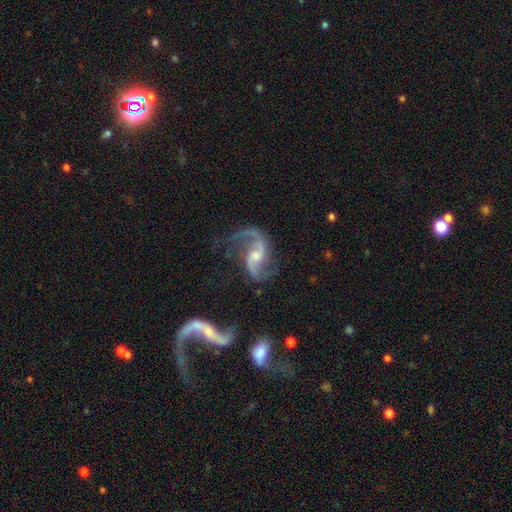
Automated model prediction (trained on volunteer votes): Smooth or featured?
  - featured or disk: 90% *
  - star or artifact: 6%
  - smooth: 4%
Edge-on disk?
  - no: 97% *
  - yes: 3%
Bar?
  - weak: 44% *
  - no: 40%
  - strong: 16%
Spiral arms?
  - yes: 97% *
  - no: 3%
Spiral winding?
  - loose: 69% *
  - medium: 26%
  - tight: 5%
Spiral arm count?
  - 2: 90% *
  - 1: 4%
  - can't tell: 2%
  - 3: 1%
  - 4: 1%
  - more than 4: 1%
Bulge size?
  - moderate: 46% *
  - small: 44%
  - none: 6%
  - large: 3%
  - dominant: 1%
Merging?
  - none: 59% *
  - minor disturbance: 17%
  - major disturbance: 16%
  - merger: 8%